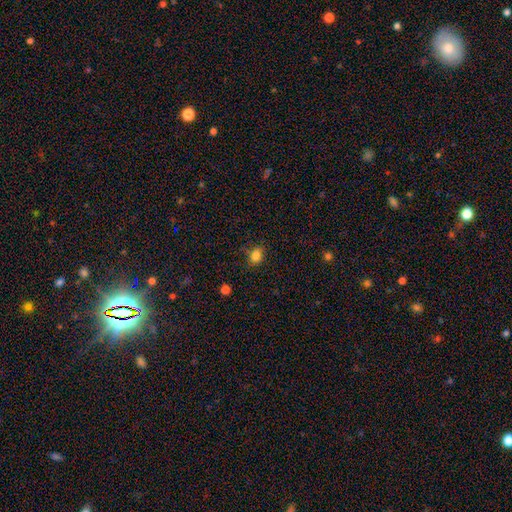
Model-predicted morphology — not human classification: smooth-or-featured: smooth: 83% | star or artifact: 12% | featured or disk: 5%
  how-rounded: in between: 59% | round: 39% | cigar-shaped: 1%
  merging: none: 80% | minor disturbance: 15% | major disturbance: 4% | merger: 2%